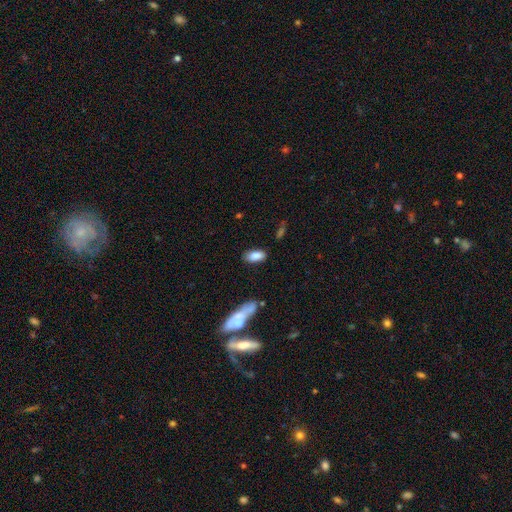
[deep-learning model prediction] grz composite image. It shows a smooth galaxy with no disk features (83%) that is in between round and cigar-shaped (89%). Merging: none (81%).